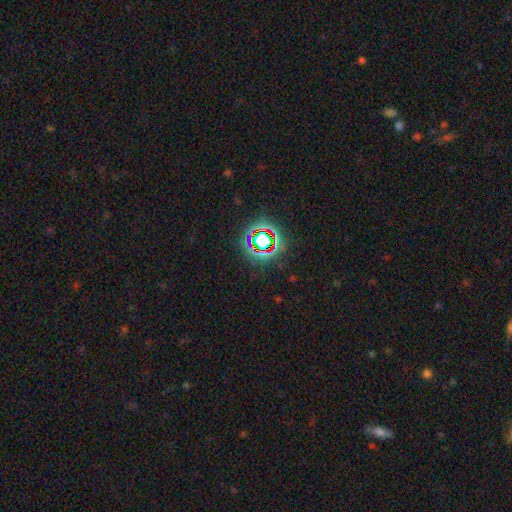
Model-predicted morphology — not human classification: A star or artifact, not a galaxy (76%).

Vote fractions:
- Smooth or featured? star or artifact: 76% / smooth: 14% / featured or disk: 10%